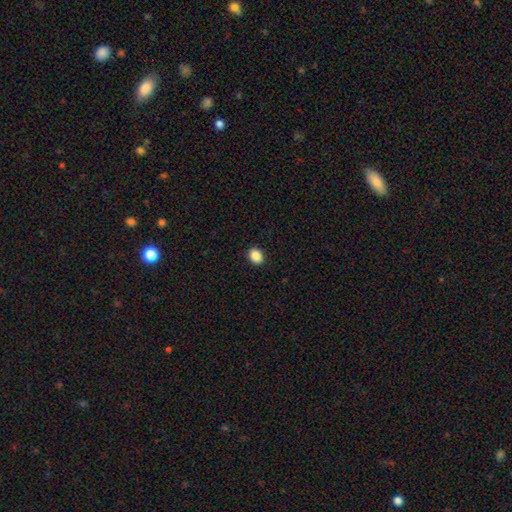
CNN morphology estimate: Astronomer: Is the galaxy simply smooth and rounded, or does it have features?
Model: smooth — 88%.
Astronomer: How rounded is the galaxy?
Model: in between — 50% (runner-up: round, 49%).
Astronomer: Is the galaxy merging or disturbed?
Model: none — 92%.